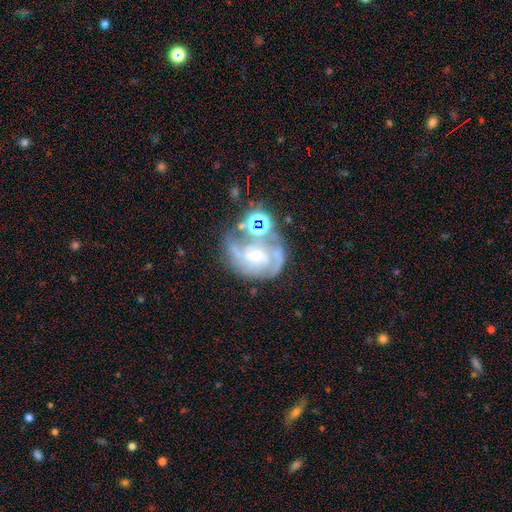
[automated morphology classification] This appears to be a featured or disk galaxy (77%) with no bar (48%), 2 (40%) medium (46%) spiral arms (89%) and a small central bulge (53%). Merging: none (43%).